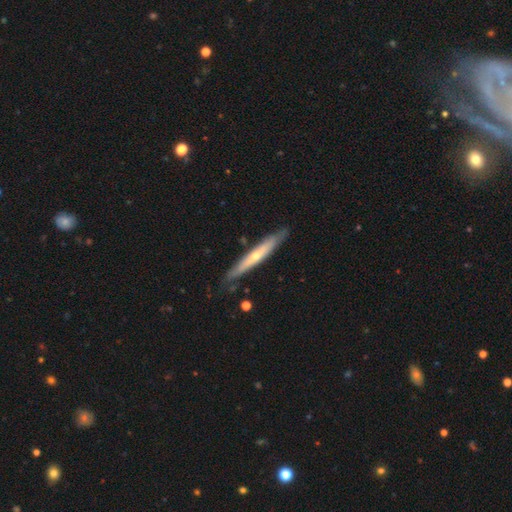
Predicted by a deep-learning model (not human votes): Q: Smooth or featured?
A: featured or disk (59%); runner-up: smooth (36%)
Q: Edge-on disk?
A: yes (87%); runner-up: no (13%)
Q: Edge-on bulge?
A: rounded (66%); runner-up: none (32%)
Q: Merging?
A: none (83%); runner-up: minor disturbance (13%)